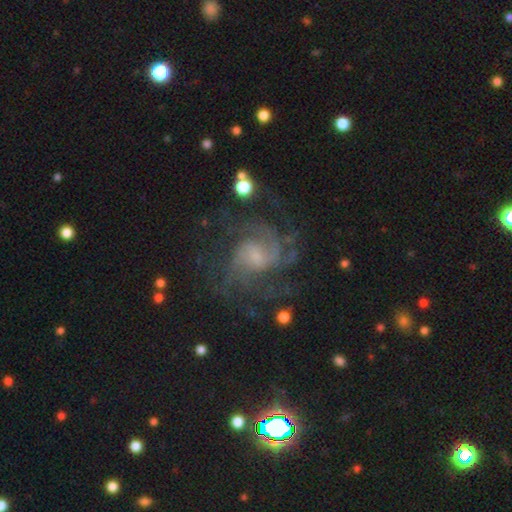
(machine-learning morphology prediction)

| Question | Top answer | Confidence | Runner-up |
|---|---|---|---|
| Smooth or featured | featured or disk | 82% | smooth (10%) |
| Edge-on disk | no | 98% | yes (2%) |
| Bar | no | 48% | weak (45%) |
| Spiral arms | yes | 93% | no (7%) |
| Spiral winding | medium | 46% | tight (35%) |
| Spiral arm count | can't tell | 31% | 3 (22%) |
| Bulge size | small | 49% | moderate (30%) |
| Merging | none | 63% | major disturbance (18%) |